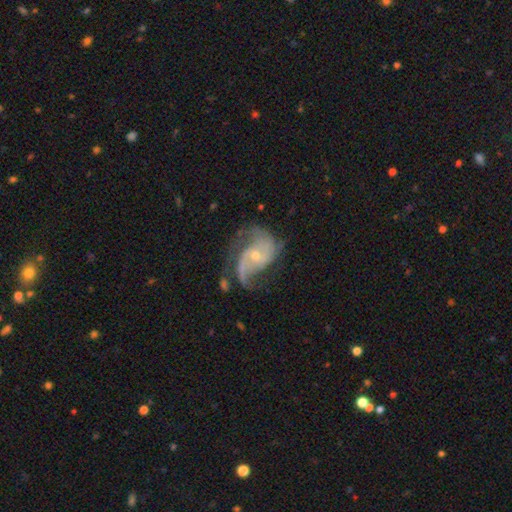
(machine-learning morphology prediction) smooth_or_featured: featured or disk (p=0.87) [alt: smooth p=0.07]
disk_edge_on: no (p=0.98) [alt: yes p=0.02]
bar: no (p=0.64) [alt: weak p=0.29]
has_spiral_arms: yes (p=0.96) [alt: no p=0.04]
spiral_winding: medium (p=0.46) [alt: loose p=0.33]
spiral_arm_count: 2 (p=0.59) [alt: 3 p=0.16]
bulge_size: small (p=0.60) [alt: moderate p=0.36]
merging: none (p=0.52) [alt: minor disturbance p=0.24]